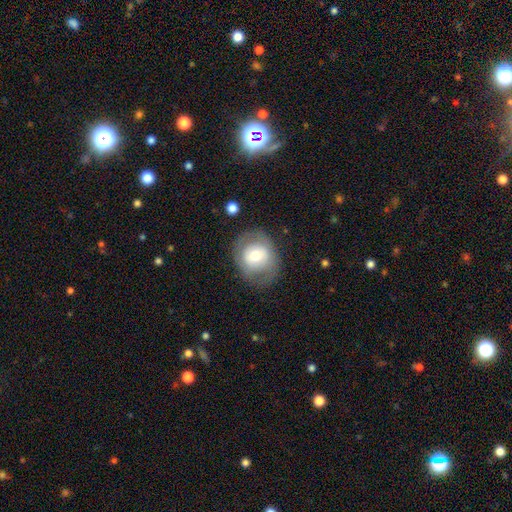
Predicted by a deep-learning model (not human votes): Smooth or featured? Predicted: smooth (p=0.55). How rounded? Predicted: round (p=0.64). Merging? Predicted: none (p=0.74).